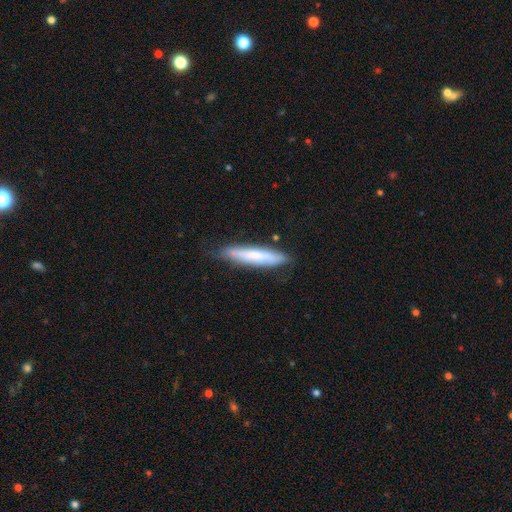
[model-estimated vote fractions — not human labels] A smooth galaxy with no disk features (65%) that is cigar-shaped (89%).

Vote fractions:
- Smooth or featured? smooth: 65% / featured or disk: 29% / star or artifact: 6%
- How rounded? cigar-shaped: 89% / in between: 10% / round: 1%
- Merging? none: 78% / minor disturbance: 17% / major disturbance: 3% / merger: 2%